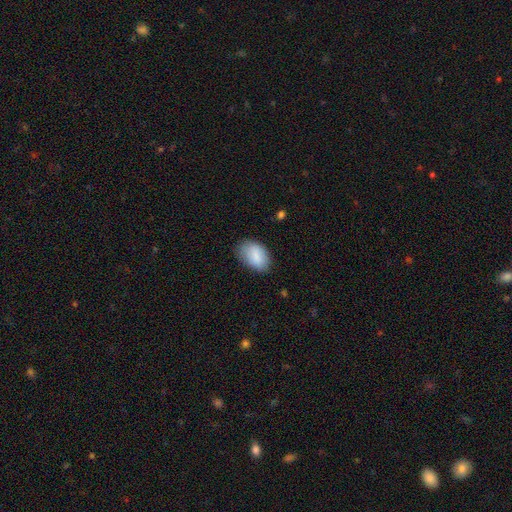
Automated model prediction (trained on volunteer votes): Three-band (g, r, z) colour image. It shows a smooth galaxy with no disk features (86%) that is in between round and cigar-shaped (91%). Merging: none (74%).